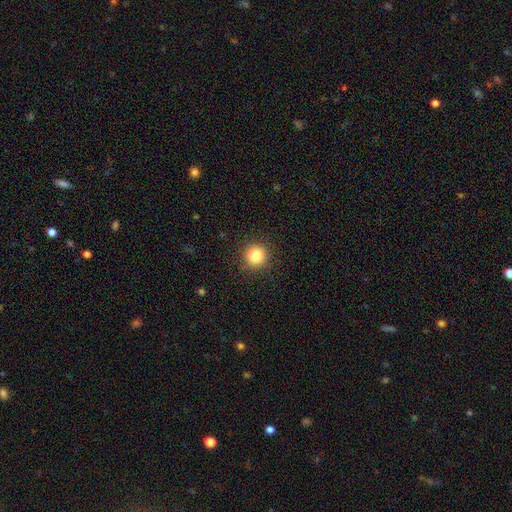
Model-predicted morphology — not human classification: smooth-or-featured: smooth: 84% | star or artifact: 11% | featured or disk: 6%
  how-rounded: round: 94% | in between: 5% | cigar-shaped: 1%
  merging: none: 90% | minor disturbance: 6% | major disturbance: 2% | merger: 1%